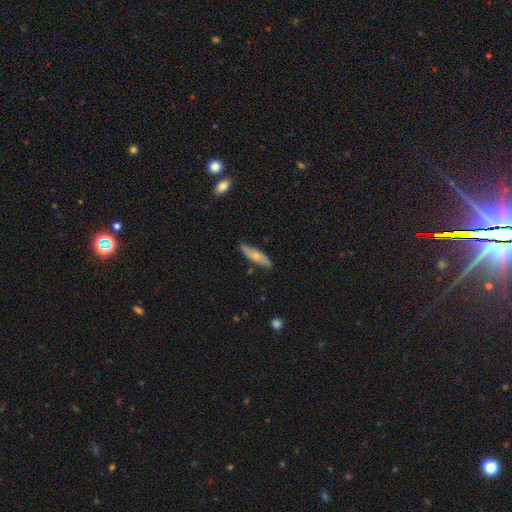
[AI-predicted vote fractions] A smooth galaxy with no disk features (59%) that is cigar-shaped (65%).

Vote fractions:
- Smooth or featured? smooth: 59% / featured or disk: 35% / star or artifact: 6%
- How rounded? cigar-shaped: 65% / in between: 33% / round: 2%
- Merging? none: 81% / minor disturbance: 15% / major disturbance: 2% / merger: 2%